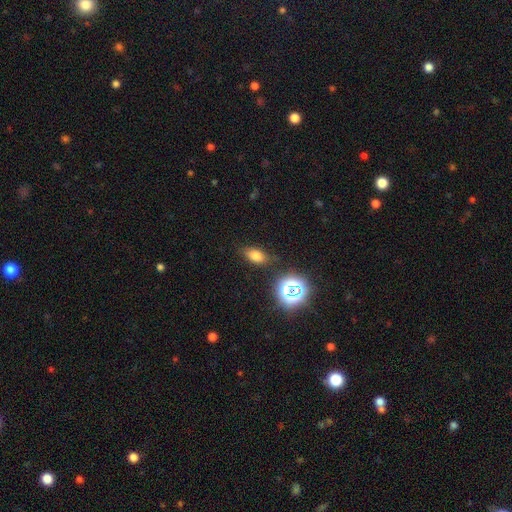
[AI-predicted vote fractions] Smooth or featured? smooth (71%)
How rounded? in between (83%)
Merging? none (79%)